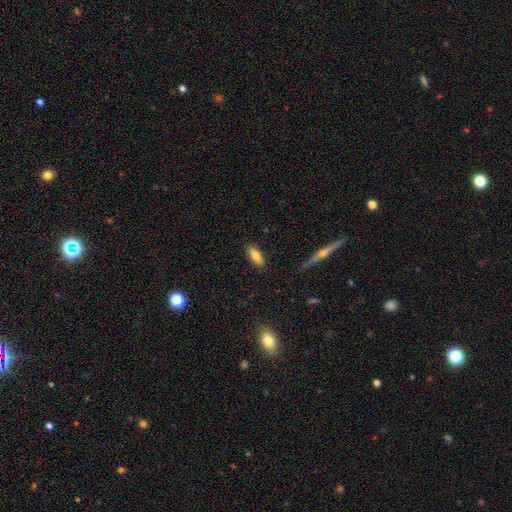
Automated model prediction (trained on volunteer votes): The model was most divided on "how rounded": in between: 72%, cigar-shaped: 26%, round: 2%. More confident: merging — none (87%); smooth or featured — smooth (81%).